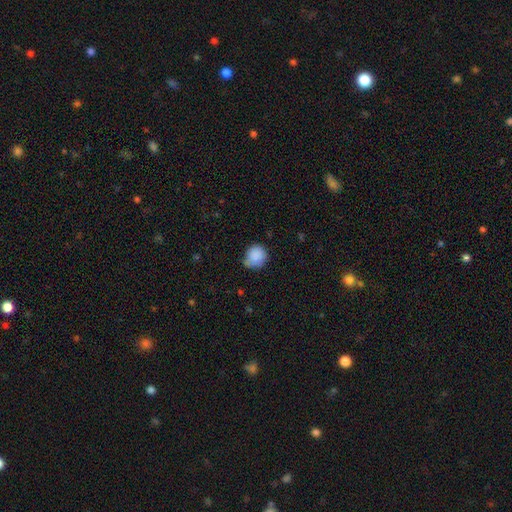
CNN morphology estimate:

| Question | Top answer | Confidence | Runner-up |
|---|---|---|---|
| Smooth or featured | smooth | 87% | star or artifact (8%) |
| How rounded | round | 86% | in between (13%) |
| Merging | none | 62% | minor disturbance (29%) |